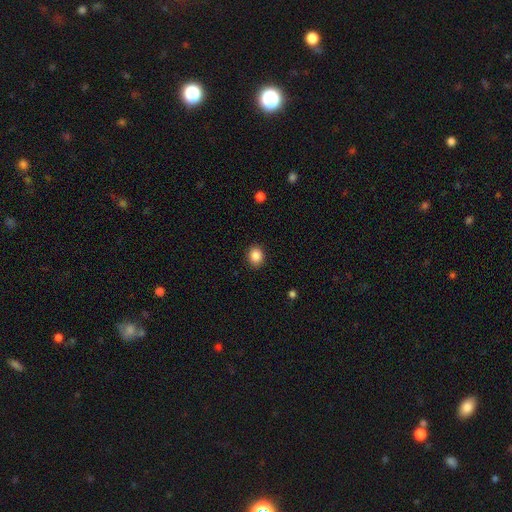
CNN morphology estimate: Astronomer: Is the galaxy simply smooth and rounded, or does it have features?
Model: smooth — 87%.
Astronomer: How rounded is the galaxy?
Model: round — 60% (runner-up: in between, 39%).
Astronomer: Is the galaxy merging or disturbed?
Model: none — 89%.